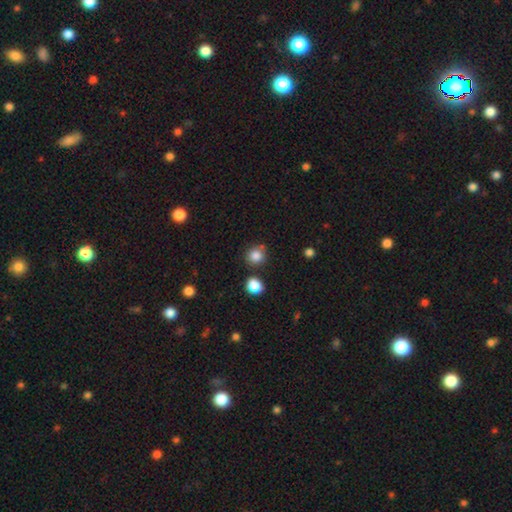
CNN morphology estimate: This is clearly a smooth galaxy (84%). How rounded: clearly round (85%). Merging: likely none (75%).